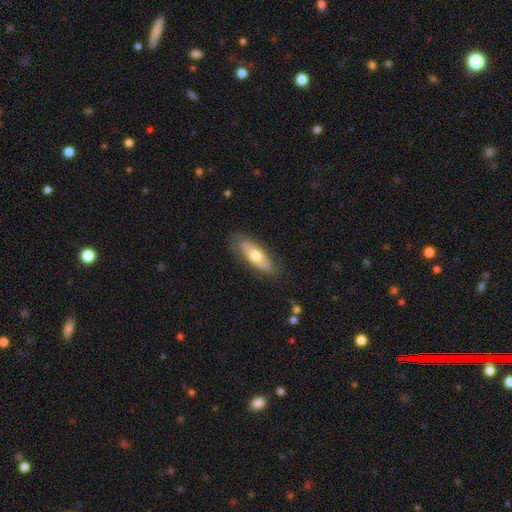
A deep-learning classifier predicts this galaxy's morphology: type=smooth (58%); roundness=in between (60%); merging=none (81%).